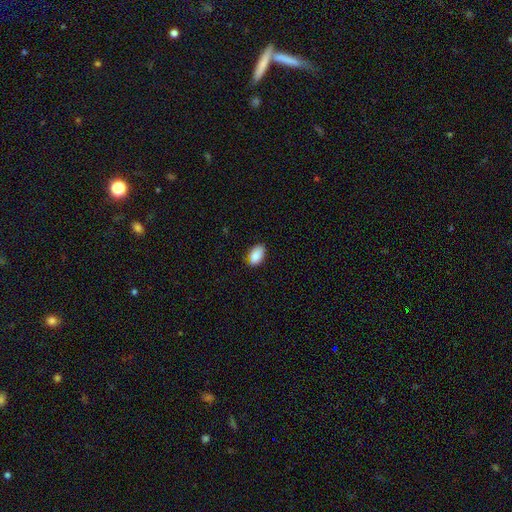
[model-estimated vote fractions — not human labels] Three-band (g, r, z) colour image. It shows a smooth galaxy with no disk features (89%) that is in between round and cigar-shaped (93%). Merging: none (81%).